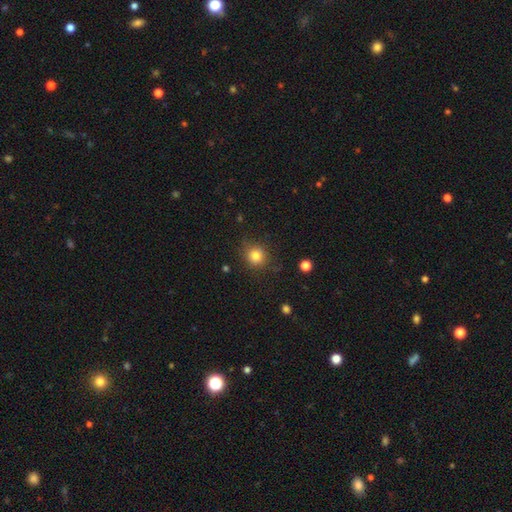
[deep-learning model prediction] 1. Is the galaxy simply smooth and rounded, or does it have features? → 81% smooth, 12% star or artifact, 7% featured or disk.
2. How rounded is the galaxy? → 88% round, 11% in between, 1% cigar-shaped.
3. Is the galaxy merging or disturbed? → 82% none, 13% minor disturbance, 4% major disturbance, 2% merger.